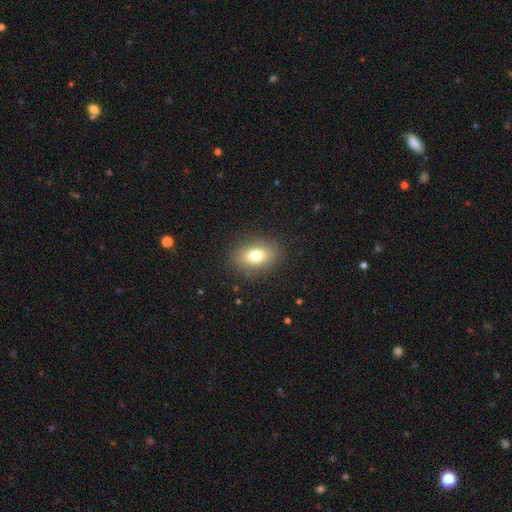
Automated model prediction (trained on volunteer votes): A smooth galaxy with no disk features (76%) that is in between round and cigar-shaped (82%). Merging: none (87%).